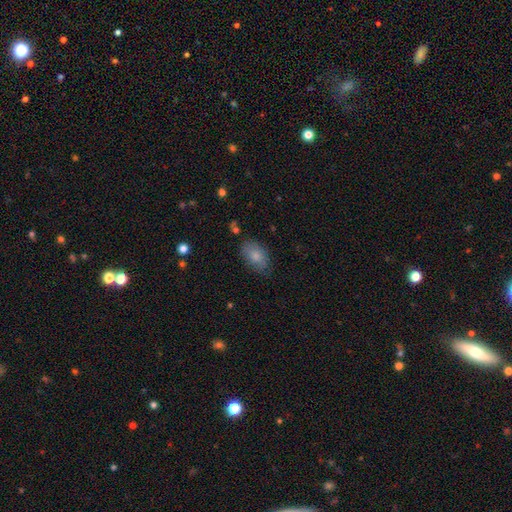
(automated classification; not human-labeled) Q: Smooth or featured?
A: smooth (83%); runner-up: featured or disk (11%)
Q: How rounded?
A: in between (91%); runner-up: round (7%)
Q: Merging?
A: none (73%); runner-up: minor disturbance (20%)